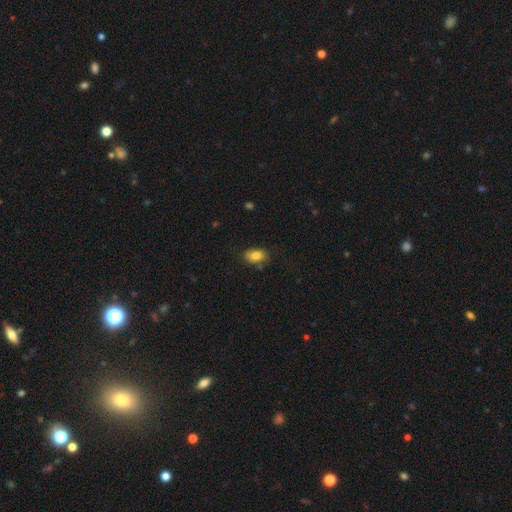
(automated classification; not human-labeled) The model was most divided on "merging": none: 78%, minor disturbance: 16%, major disturbance: 3%, merger: 3%. More confident: how rounded — in between (89%); smooth or featured — smooth (85%).